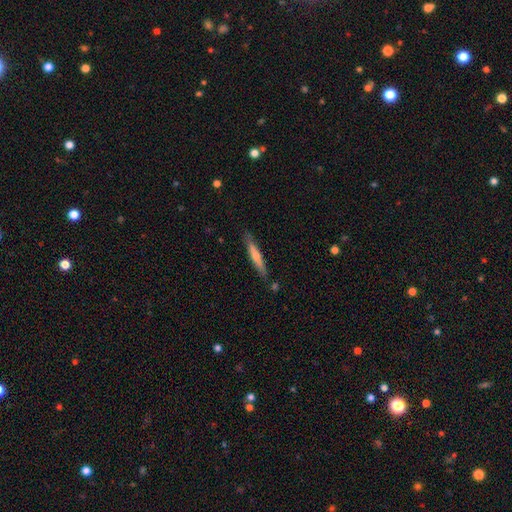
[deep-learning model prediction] Smooth or featured? Predicted: smooth (p=0.50). How rounded? Predicted: cigar-shaped (p=0.92). Merging? Predicted: none (p=0.83).